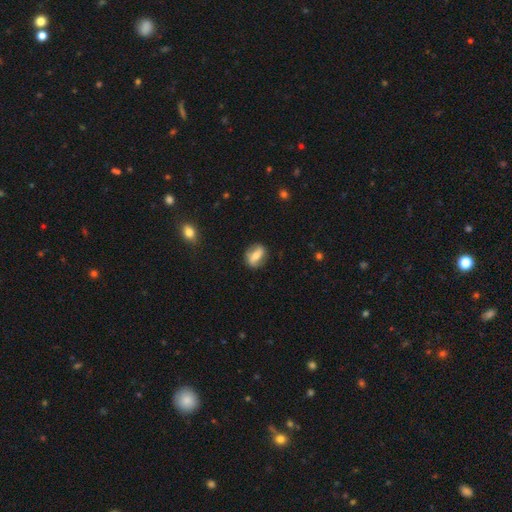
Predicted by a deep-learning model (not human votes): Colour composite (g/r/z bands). It shows a smooth galaxy with no disk features (48%). Merging: none (81%).